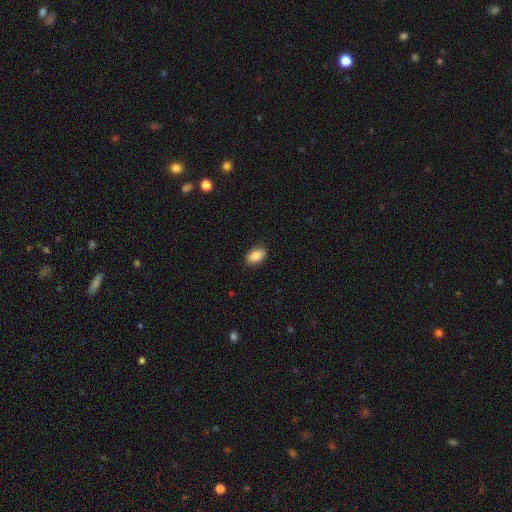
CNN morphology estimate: A smooth galaxy with no disk features (89%) that is in between round and cigar-shaped (91%). Merging: none (87%).